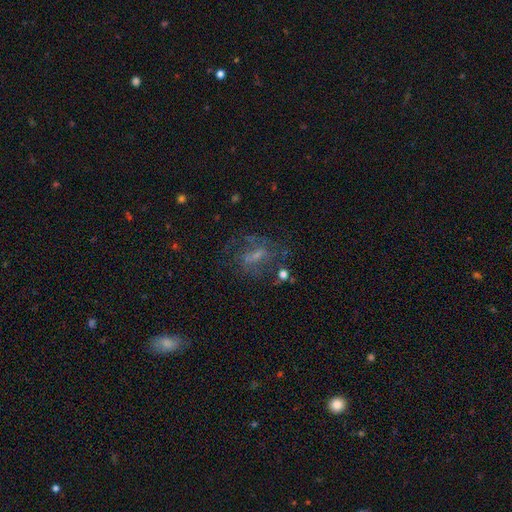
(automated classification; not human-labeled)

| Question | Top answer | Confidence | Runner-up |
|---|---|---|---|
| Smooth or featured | featured or disk | 54% | smooth (28%) |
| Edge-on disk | no | 92% | yes (8%) |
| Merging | none | 52% | major disturbance (24%) |